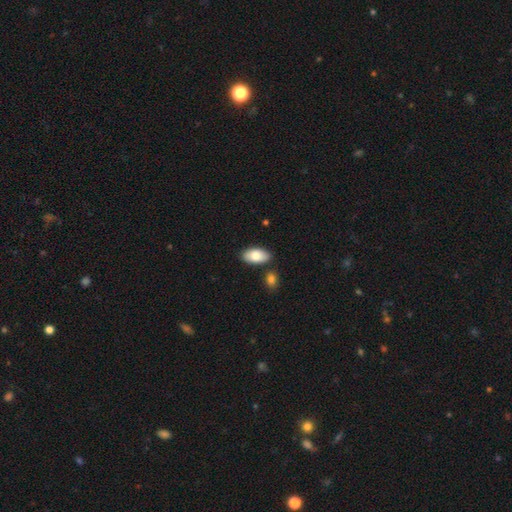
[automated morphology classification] This appears to be a smooth galaxy with no disk features (83%) that is in between round and cigar-shaped (95%). Merging: none (81%).